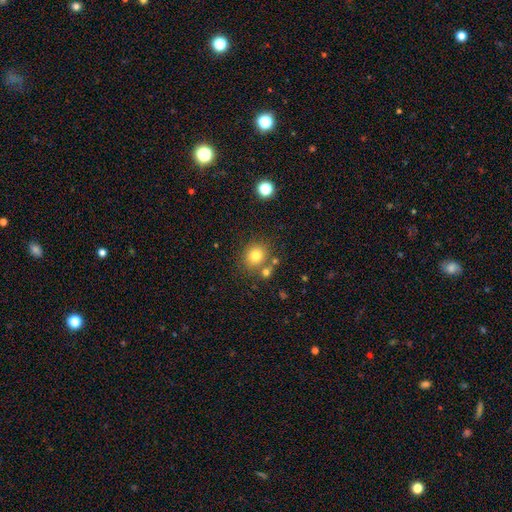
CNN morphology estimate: A smooth galaxy with no disk features (77%) that is round (78%).

Vote fractions:
- Smooth or featured? smooth: 77% / star or artifact: 13% / featured or disk: 10%
- How rounded? round: 78% / in between: 21% / cigar-shaped: 1%
- Merging? none: 72% / merger: 13% / minor disturbance: 10% / major disturbance: 4%